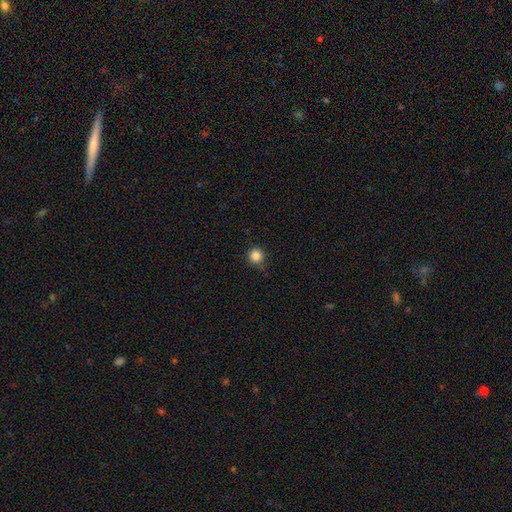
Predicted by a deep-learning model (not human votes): Q: Smooth or featured?
A: smooth (84%); runner-up: star or artifact (12%)
Q: How rounded?
A: round (93%); runner-up: in between (6%)
Q: Merging?
A: none (76%); runner-up: minor disturbance (18%)